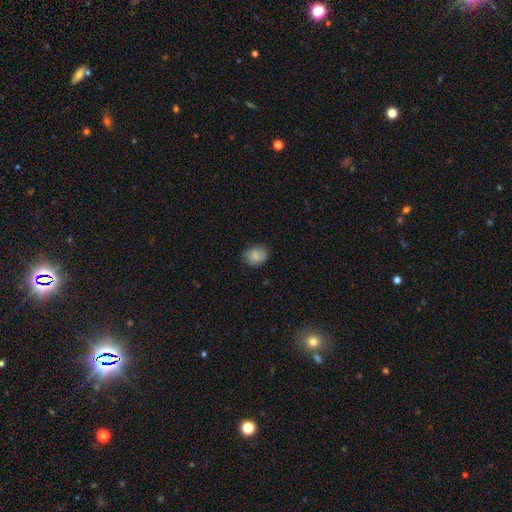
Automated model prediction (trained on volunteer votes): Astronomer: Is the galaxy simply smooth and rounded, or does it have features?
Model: smooth — 84%.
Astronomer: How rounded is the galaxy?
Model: round — 52% (runner-up: in between, 47%).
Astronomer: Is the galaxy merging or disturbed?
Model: none — 78%.